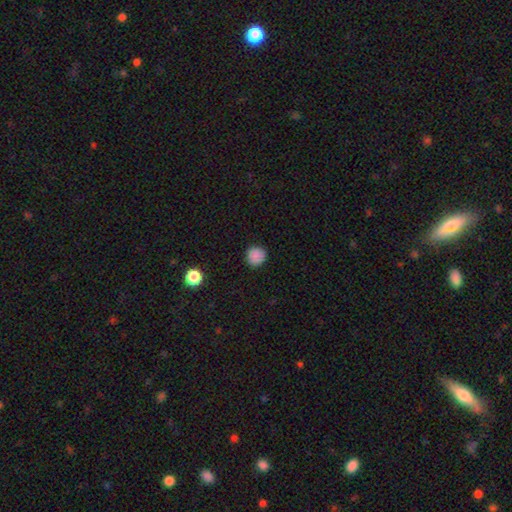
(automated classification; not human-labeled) Smooth or featured? smooth (86%)
How rounded? round (93%)
Merging? none (89%)